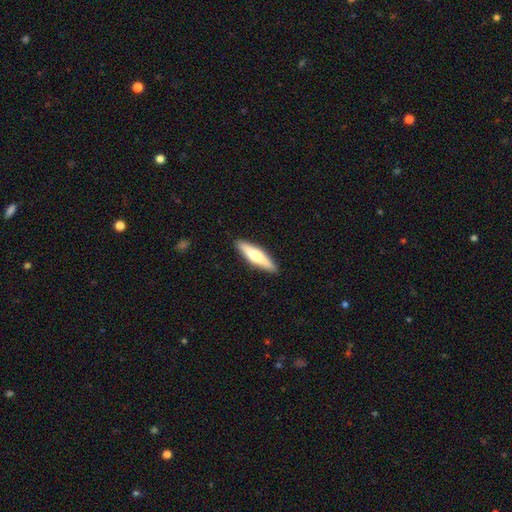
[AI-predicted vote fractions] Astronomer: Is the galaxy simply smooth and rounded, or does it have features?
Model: smooth — 57% (runner-up: featured or disk, 39%).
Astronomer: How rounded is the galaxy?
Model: cigar-shaped — 77%.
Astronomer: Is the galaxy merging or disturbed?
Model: none — 90%.